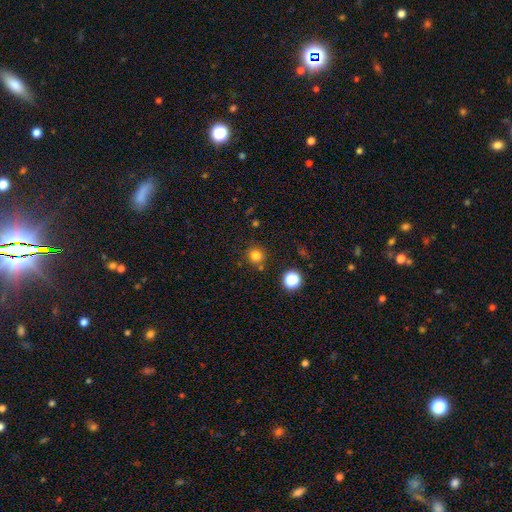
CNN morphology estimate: Smooth or featured: smooth — 77% (star or artifact — 17%)
How rounded: round — 92% (in between — 7%)
Merging: none — 81% (minor disturbance — 10%)